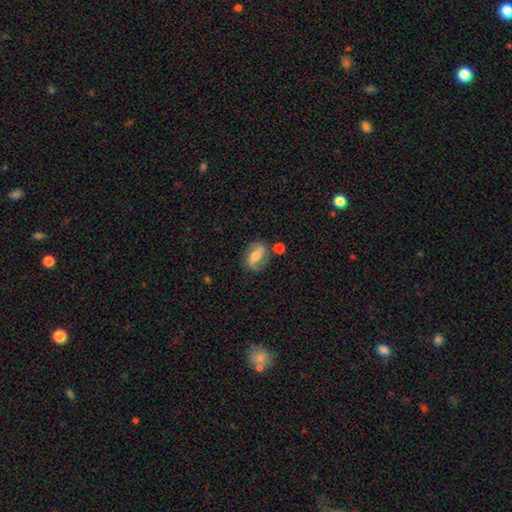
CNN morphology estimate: A featured or disk galaxy (65%) with a strong bar (46%), 2 (85%) medium (41%) spiral arms (84%) and a moderate central bulge (56%). Merging: none (72%).